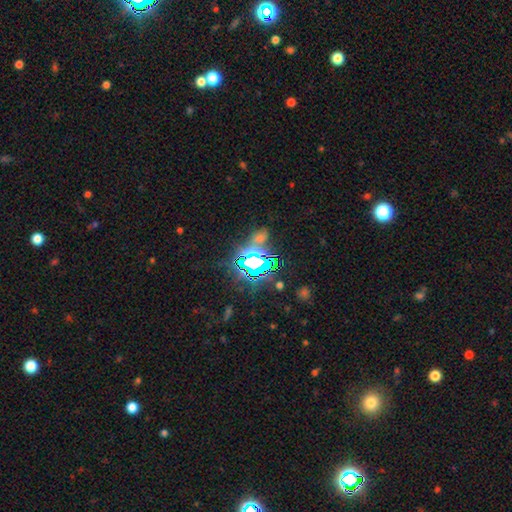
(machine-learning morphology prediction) A star or artifact, not a galaxy (83%).